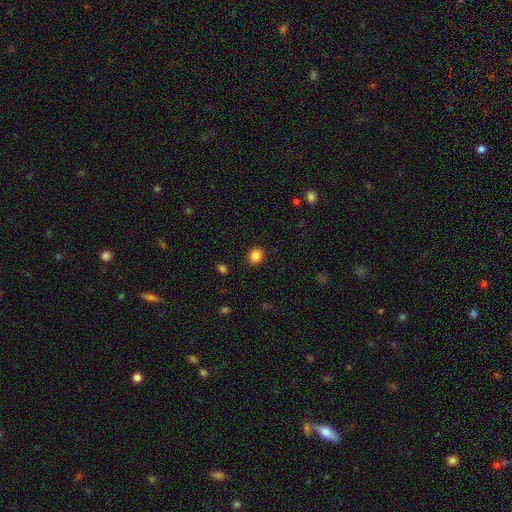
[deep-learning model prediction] Morphology: type=smooth (86%); roundness=round (67%); merging=none (90%).